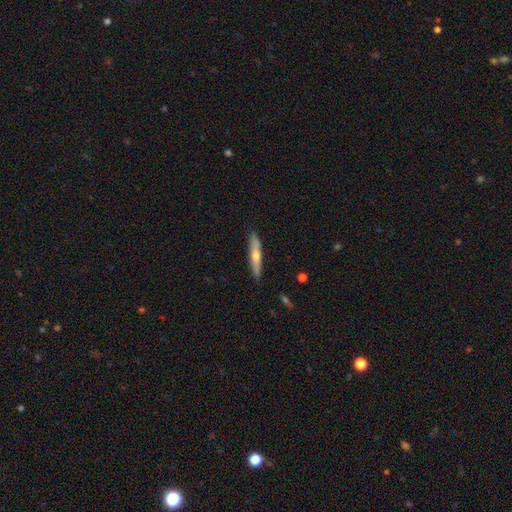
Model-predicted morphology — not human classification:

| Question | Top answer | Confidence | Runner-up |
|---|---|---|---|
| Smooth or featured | featured or disk | 50% | smooth (44%) |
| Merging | none | 89% | minor disturbance (8%) |